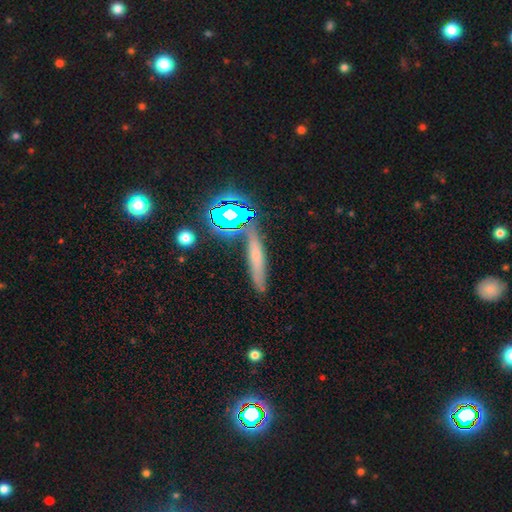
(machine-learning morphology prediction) Smooth or featured: smooth — 45% (featured or disk — 28%)
Merging: none — 76% (minor disturbance — 13%)